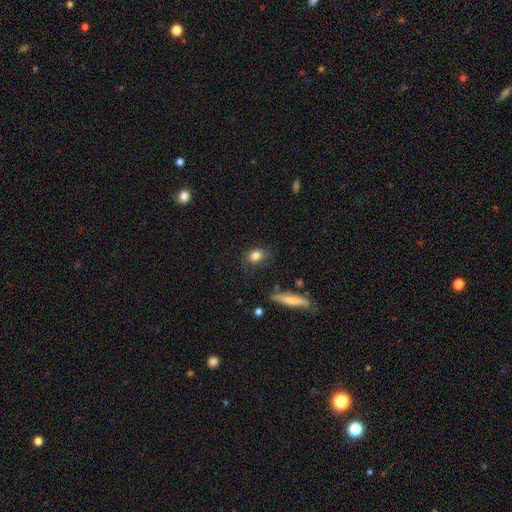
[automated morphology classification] Smooth or featured: smooth — 82% (featured or disk — 10%)
How rounded: in between — 52% (round — 43%)
Merging: none — 74% (minor disturbance — 19%)